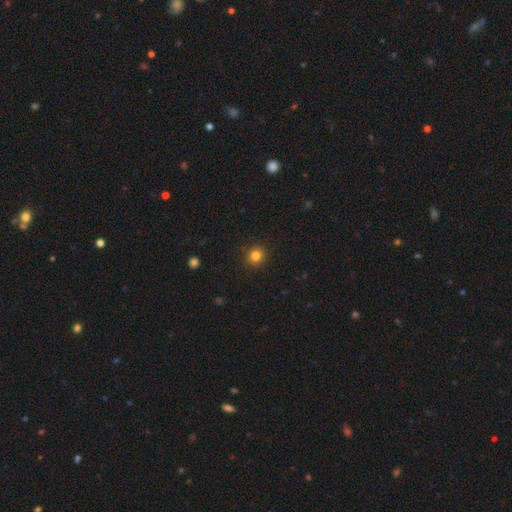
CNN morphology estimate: smooth 82%, star or artifact 13%, featured or disk 5%. Down the decision tree: how rounded — round (89%); merging — none (91%).